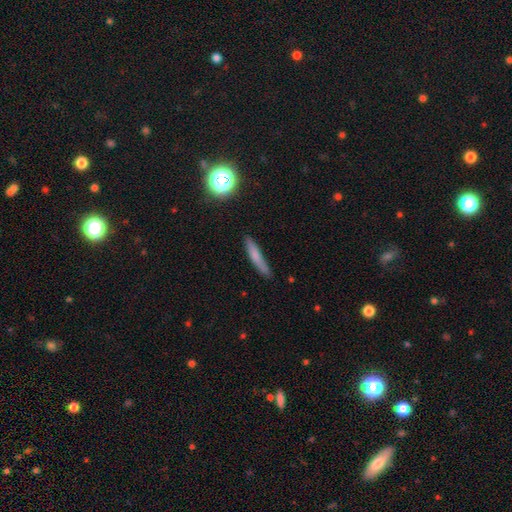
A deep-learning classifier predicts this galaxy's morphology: Smooth or featured?
  - smooth: 68% *
  - featured or disk: 23%
  - star or artifact: 9%
How rounded?
  - cigar-shaped: 90% *
  - in between: 8%
  - round: 2%
Merging?
  - none: 81% *
  - minor disturbance: 14%
  - major disturbance: 3%
  - merger: 2%